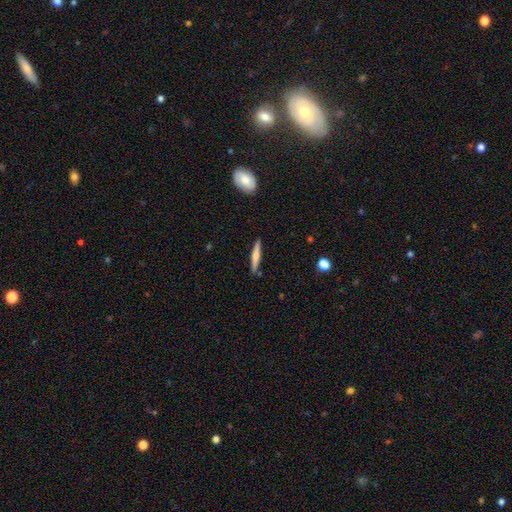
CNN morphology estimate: Smooth or featured?
  - smooth: 51% *
  - featured or disk: 43%
  - star or artifact: 6%
How rounded?
  - cigar-shaped: 92% *
  - in between: 7%
  - round: 2%
Merging?
  - none: 88% *
  - minor disturbance: 8%
  - merger: 2%
  - major disturbance: 2%